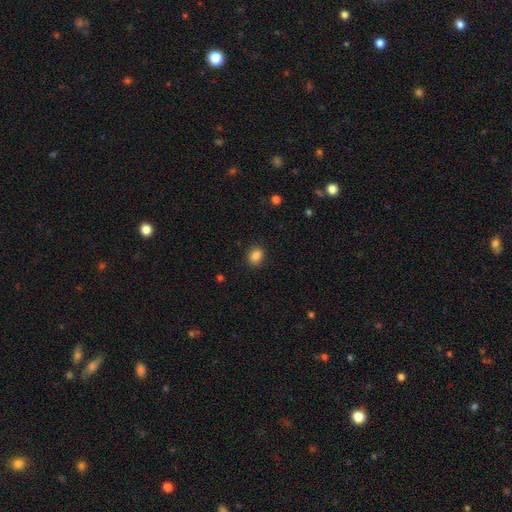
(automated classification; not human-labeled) Overall: smooth (86%). How rounded: round (53%; in between 46%). Merging: none (89%).